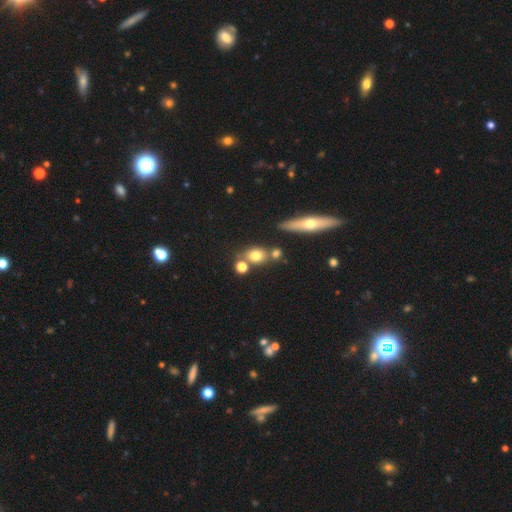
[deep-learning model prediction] Smooth or featured? Predicted: smooth (p=0.72). How rounded? Predicted: round (p=0.50). Merging? Predicted: none (p=0.60).